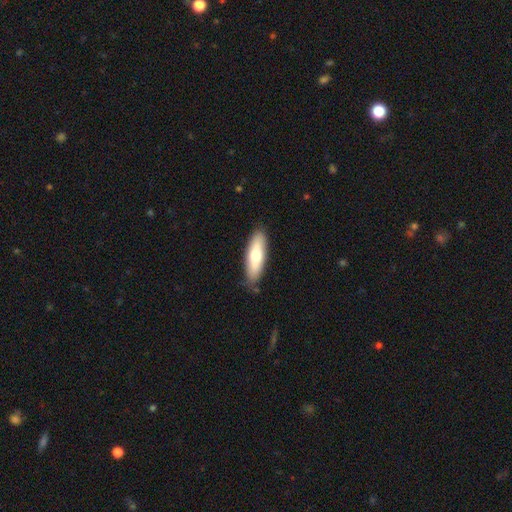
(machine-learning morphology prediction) This is likely a smooth galaxy (69%). How rounded: possibly cigar-shaped (49%, tied with in between). Merging: clearly none (84%).